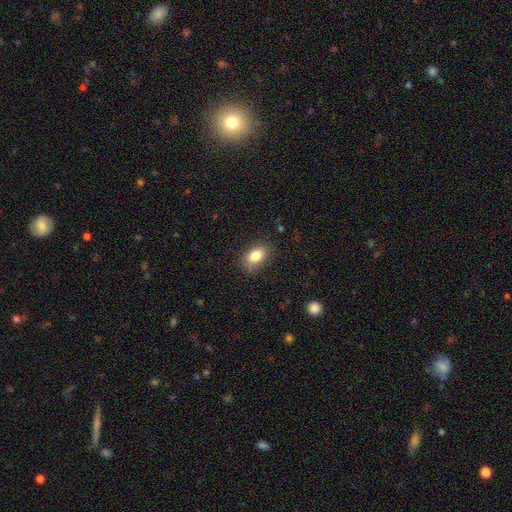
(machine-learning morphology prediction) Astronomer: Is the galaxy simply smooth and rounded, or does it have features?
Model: smooth — 83%.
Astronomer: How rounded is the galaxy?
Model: in between — 85%.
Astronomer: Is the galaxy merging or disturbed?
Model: none — 80%.